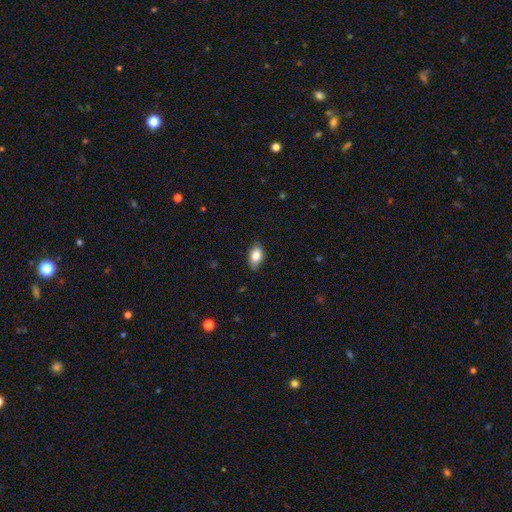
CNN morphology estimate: Q: Smooth or featured?
A: smooth (83%); runner-up: featured or disk (10%)
Q: How rounded?
A: in between (89%); runner-up: round (9%)
Q: Merging?
A: none (80%); runner-up: minor disturbance (17%)